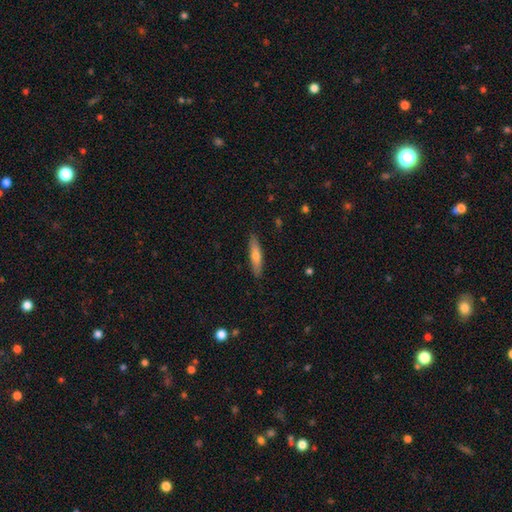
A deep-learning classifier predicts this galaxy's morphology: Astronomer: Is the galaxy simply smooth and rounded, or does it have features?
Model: smooth — 63%.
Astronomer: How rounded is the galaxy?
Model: cigar-shaped — 82%.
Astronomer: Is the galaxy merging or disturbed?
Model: none — 89%.